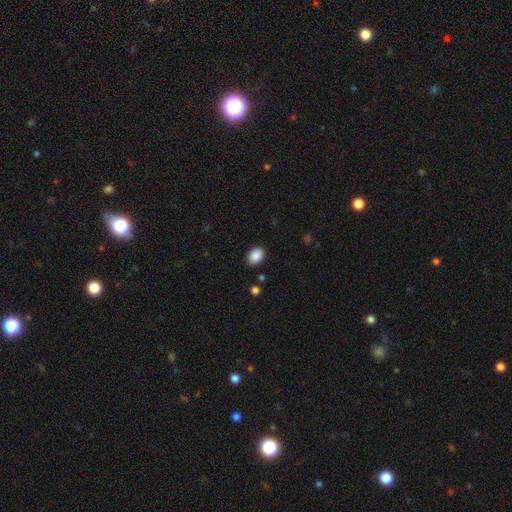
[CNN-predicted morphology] Q: Smooth or featured?
A: smooth (89%); runner-up: star or artifact (8%)
Q: How rounded?
A: in between (70%); runner-up: round (29%)
Q: Merging?
A: none (87%); runner-up: minor disturbance (9%)